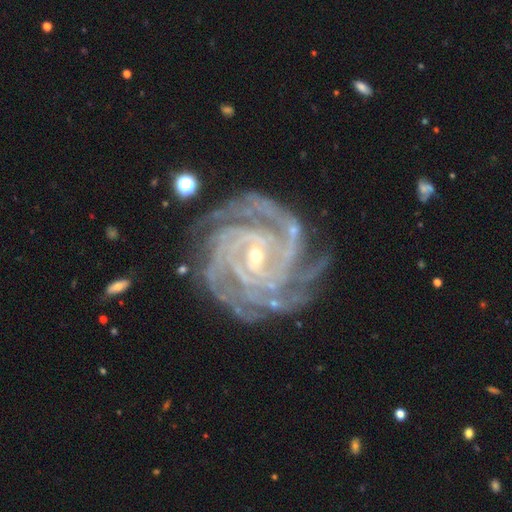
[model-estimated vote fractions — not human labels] Smooth or featured? Predicted: featured or disk (p=0.94). Edge-on disk? Predicted: no (p=0.98). Bar? Predicted: weak (p=0.40). Spiral arms? Predicted: yes (p=0.99). Spiral winding? Predicted: tight (p=0.82). Spiral arm count? Predicted: 4 (p=0.34). Bulge size? Predicted: small (p=0.72). Merging? Predicted: none (p=0.75).